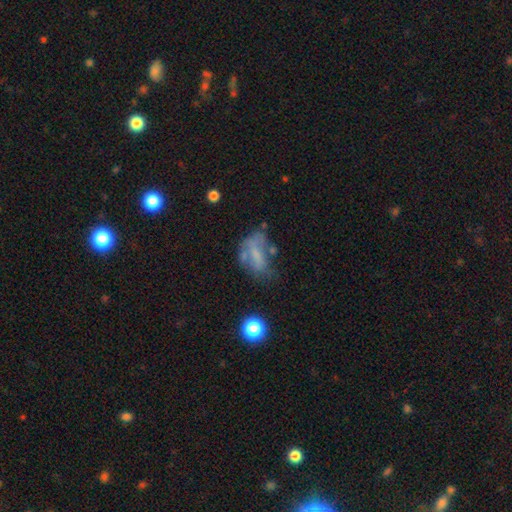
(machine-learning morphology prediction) The model was most divided on "merging" (2-way tie): major disturbance: 31%, none: 31%, minor disturbance: 25%, merger: 13%. Remaining: smooth or featured — smooth (46%).